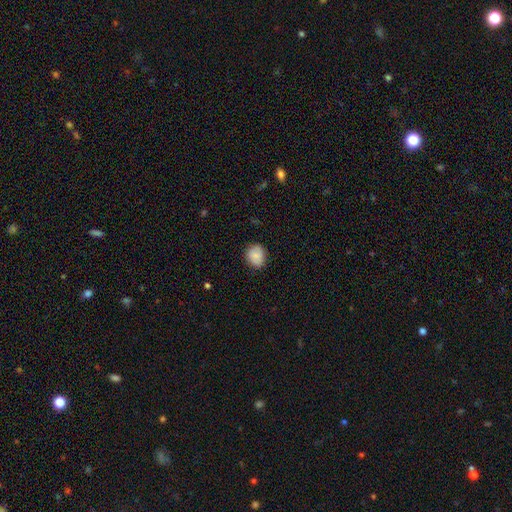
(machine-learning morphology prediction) Smooth or featured: smooth — 83% (featured or disk — 9%)
How rounded: round — 62% (in between — 37%)
Merging: none — 80% (minor disturbance — 15%)